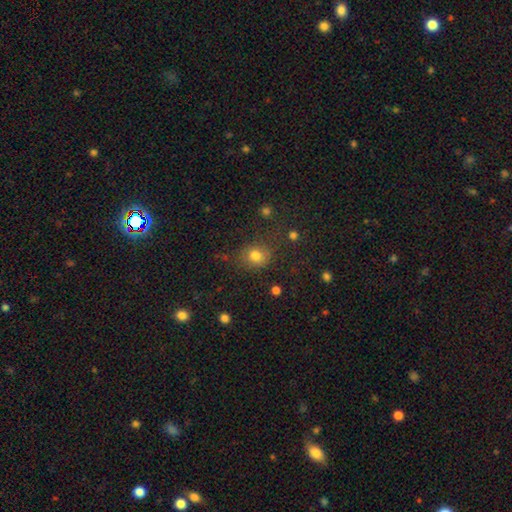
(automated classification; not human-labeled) This is likely a smooth galaxy (78%). How rounded: likely round (72%). Merging: likely none (72%).